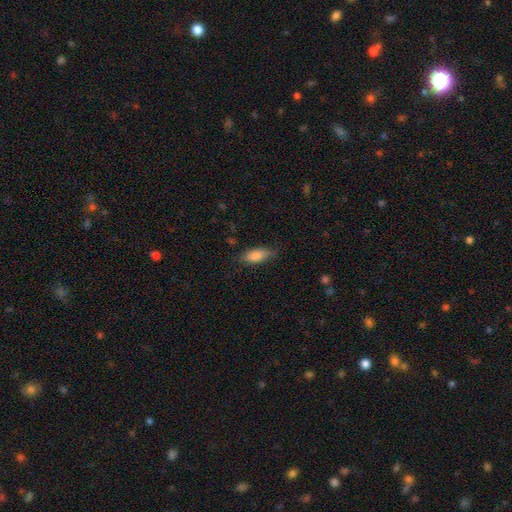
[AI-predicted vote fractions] A smooth galaxy with no disk features (82%) that is in between round and cigar-shaped (79%).

Vote fractions:
- Smooth or featured? smooth: 82% / featured or disk: 11% / star or artifact: 7%
- How rounded? in between: 79% / cigar-shaped: 19% / round: 3%
- Merging? none: 74% / minor disturbance: 20% / major disturbance: 4% / merger: 1%